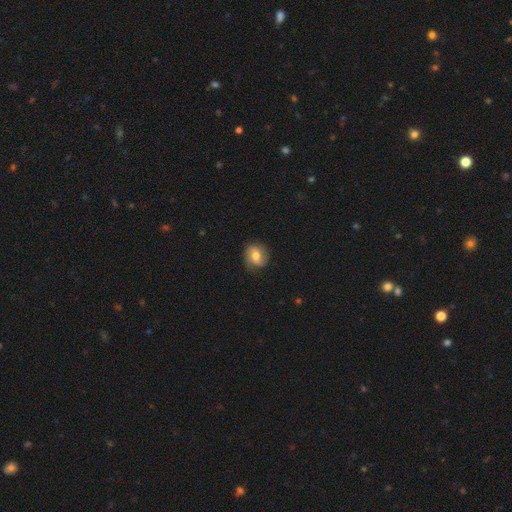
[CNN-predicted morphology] featured or disk 52%, smooth 40%, star or artifact 8%. Down the decision tree: edge-on disk — no (96%); bar — weak (46%); spiral arms — yes (85%); bulge size — moderate (67%); merging — none (80%).